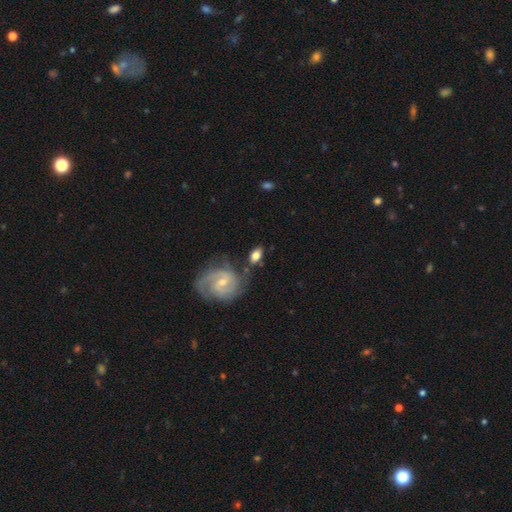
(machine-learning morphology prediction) Smooth or featured?
  - smooth: 56% *
  - featured or disk: 37%
  - star or artifact: 7%
How rounded?
  - in between: 82% *
  - round: 13%
  - cigar-shaped: 5%
Merging?
  - none: 66% *
  - minor disturbance: 18%
  - merger: 10%
  - major disturbance: 6%